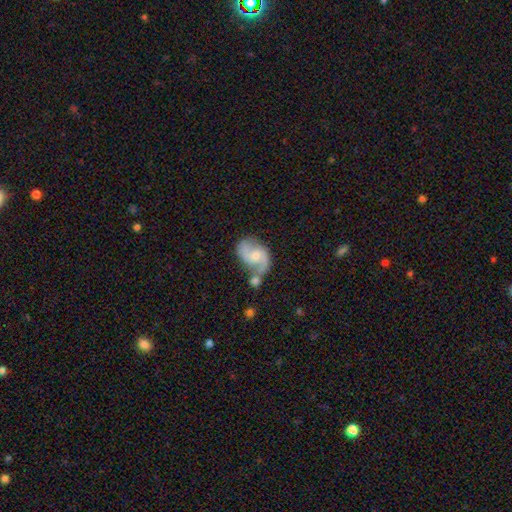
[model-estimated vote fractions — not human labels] Smooth or featured: featured or disk — 82% (smooth — 13%)
Edge-on disk: no — 98% (yes — 2%)
Bar: no — 55% (weak — 37%)
Spiral arms: yes — 95% (no — 5%)
Spiral winding: medium — 47% (loose — 38%)
Spiral arm count: 2 — 91% (can't tell — 3%)
Bulge size: small — 50% (moderate — 43%)
Merging: none — 52% (minor disturbance — 20%)